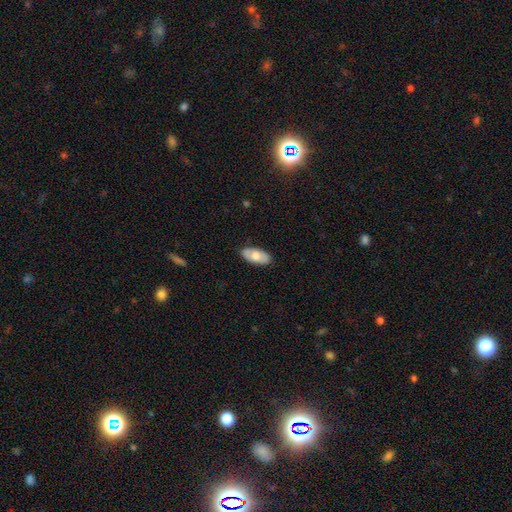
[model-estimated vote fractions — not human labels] This appears to be a smooth galaxy with no disk features (65%) that is in between round and cigar-shaped (93%). Merging: none (86%).